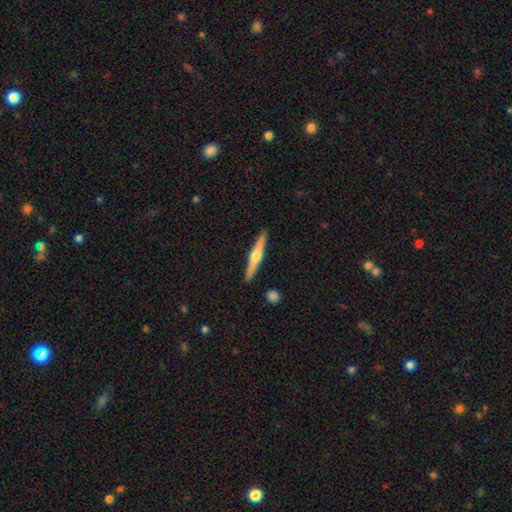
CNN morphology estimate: Smooth or featured: featured or disk — 65% (smooth — 29%)
Edge-on disk: yes — 98% (no — 2%)
Edge-on bulge: rounded — 91% (boxy — 4%)
Merging: none — 91% (minor disturbance — 6%)